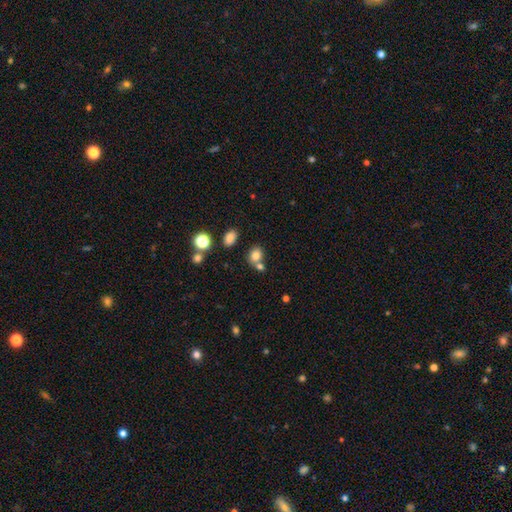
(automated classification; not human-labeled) This appears to be a smooth galaxy with no disk features (80%) that is round (52%). Merging: none (56%).